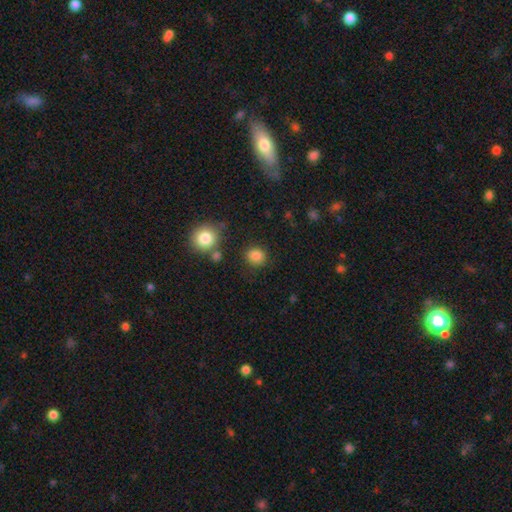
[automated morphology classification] Smooth or featured? smooth (85%)
How rounded? round (81%)
Merging? none (84%)